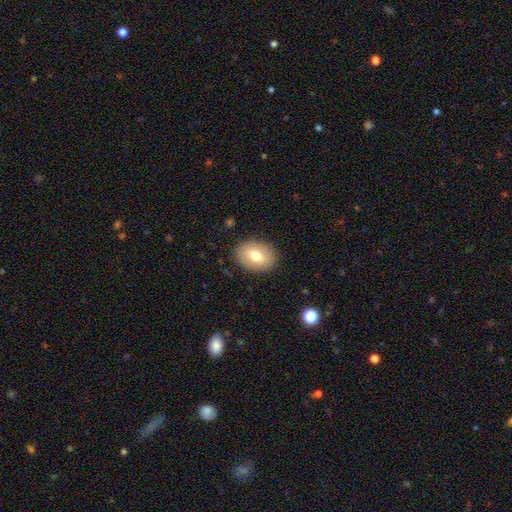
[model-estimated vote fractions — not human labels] Smooth or featured? smooth (73%)
How rounded? in between (72%)
Merging? none (87%)